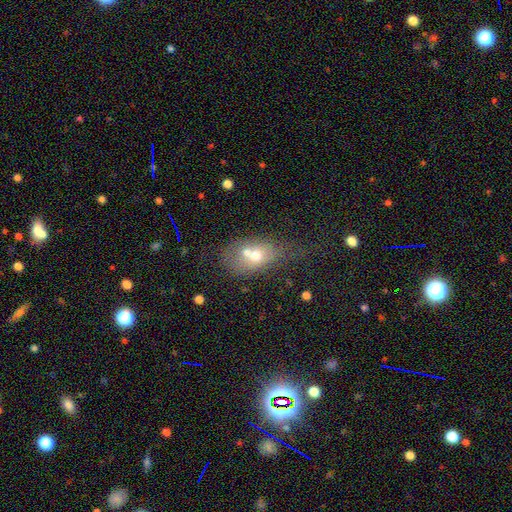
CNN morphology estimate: smooth 59%, featured or disk 30%, star or artifact 11%. Down the decision tree: how rounded — in between (68%); merging — merger (49%).